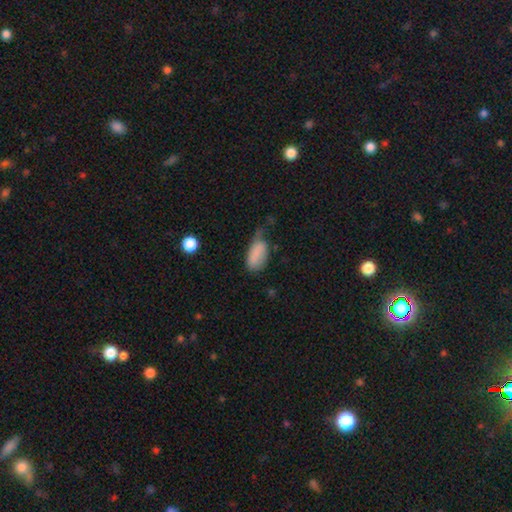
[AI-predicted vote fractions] The model was most divided on "merging": minor disturbance: 37%, major disturbance: 30%, none: 28%, merger: 4%. More confident: how rounded — in between (93%); smooth or featured — smooth (83%).